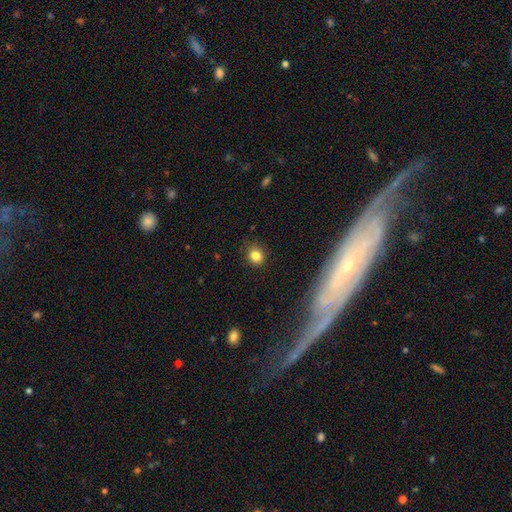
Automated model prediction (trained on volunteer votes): smooth-or-featured: smooth: 82% | star or artifact: 12% | featured or disk: 6%
  how-rounded: round: 76% | in between: 23% | cigar-shaped: 1%
  merging: none: 85% | minor disturbance: 11% | major disturbance: 3% | merger: 1%